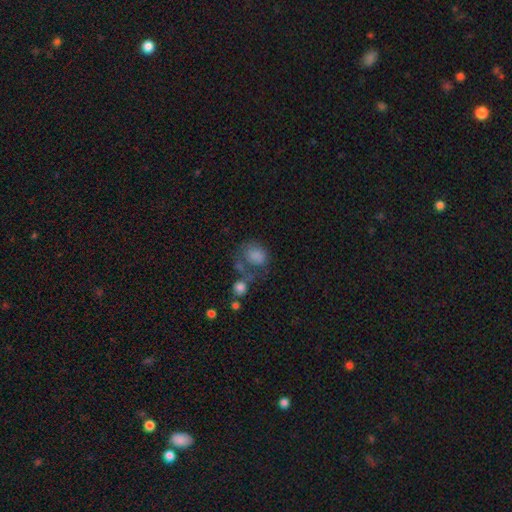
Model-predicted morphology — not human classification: type=smooth (76%); roundness=round (53%); merging=none (33%).